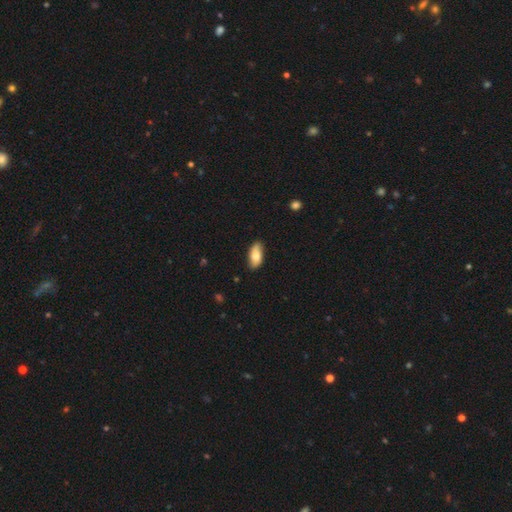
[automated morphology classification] Smooth or featured?
  - smooth: 74% *
  - featured or disk: 20%
  - star or artifact: 6%
How rounded?
  - in between: 87% *
  - cigar-shaped: 10%
  - round: 3%
Merging?
  - none: 84% *
  - minor disturbance: 13%
  - major disturbance: 2%
  - merger: 1%